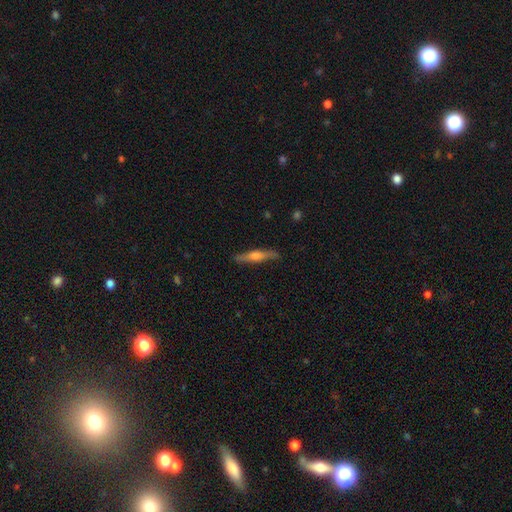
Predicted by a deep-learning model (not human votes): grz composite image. It shows a featured or disk galaxy (62%) viewed edge-on (94%) with a rounded central bulge (80%). Merging: none (86%).